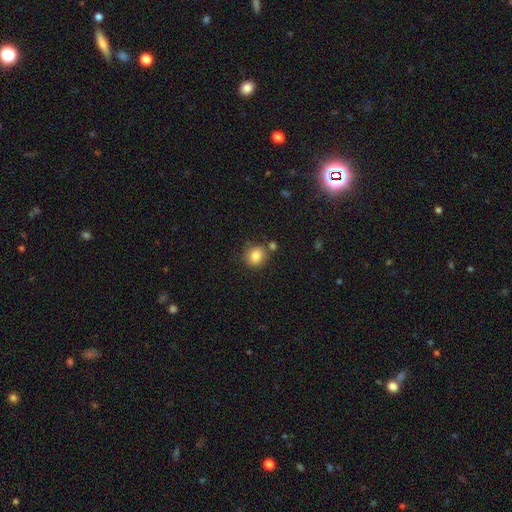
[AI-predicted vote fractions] Morphology: type=smooth (84%); roundness=round (79%); merging=none (75%).